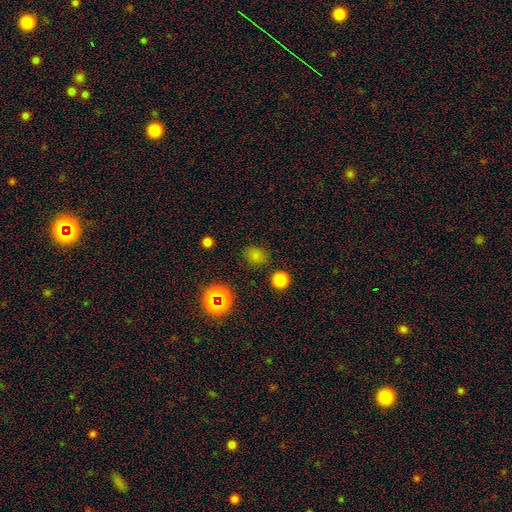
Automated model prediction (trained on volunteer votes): smooth 71%, star or artifact 24%, featured or disk 5%. Down the decision tree: how rounded — round (67%); merging — none (83%).